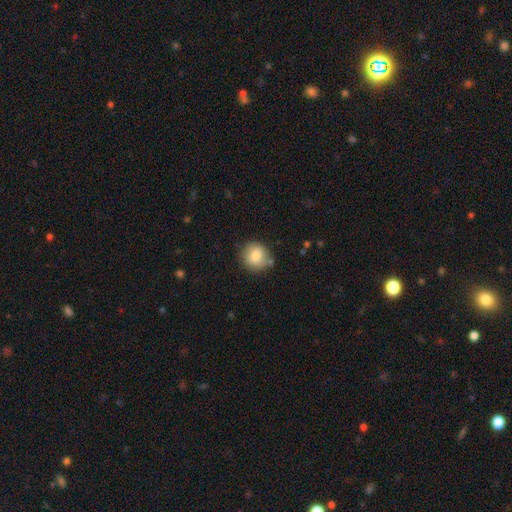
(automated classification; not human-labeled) Smooth or featured? smooth (82%)
How rounded? round (87%)
Merging? none (81%)